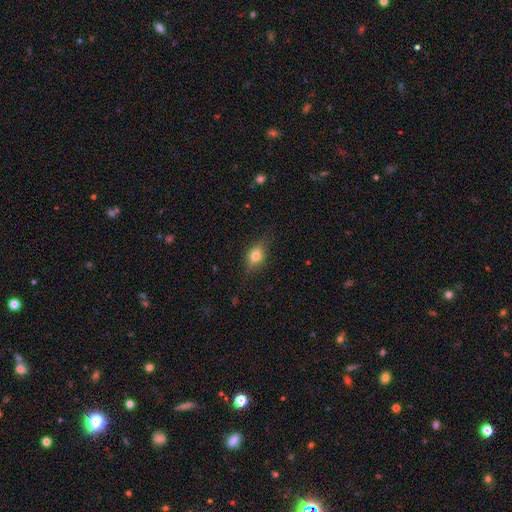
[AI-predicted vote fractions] Smooth or featured: smooth — 57% (featured or disk — 32%)
How rounded: in between — 66% (round — 25%)
Merging: none — 80% (minor disturbance — 15%)